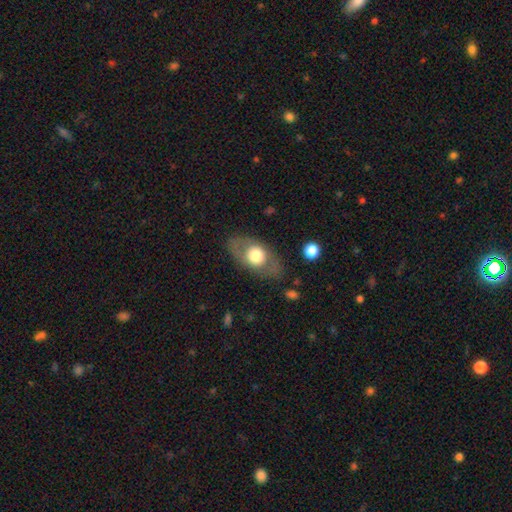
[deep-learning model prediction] Smooth or featured? smooth (54%)
How rounded? in between (77%)
Merging? none (77%)